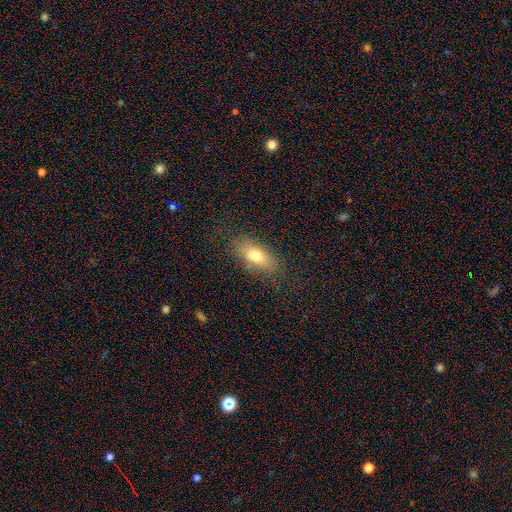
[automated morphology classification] Smooth or featured: smooth — 74% (featured or disk — 17%)
How rounded: in between — 80% (cigar-shaped — 15%)
Merging: none — 77% (minor disturbance — 15%)